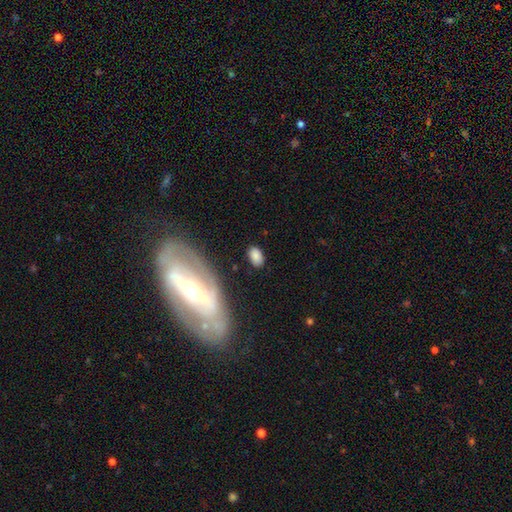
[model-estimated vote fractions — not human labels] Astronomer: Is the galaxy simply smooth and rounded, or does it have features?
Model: smooth — 81%.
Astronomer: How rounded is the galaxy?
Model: in between — 89%.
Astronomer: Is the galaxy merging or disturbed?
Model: none — 79%.